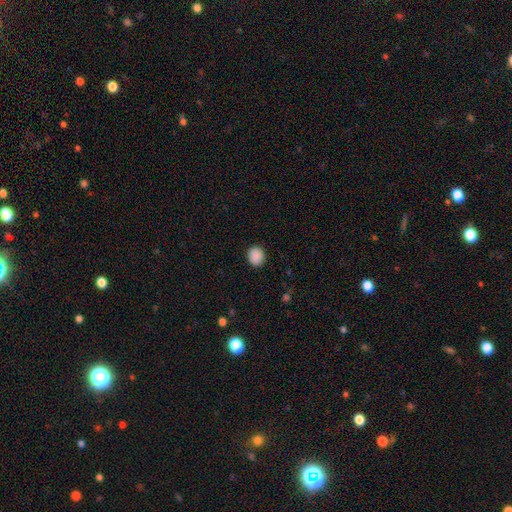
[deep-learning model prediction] Q: Smooth or featured?
A: smooth (90%); runner-up: star or artifact (8%)
Q: How rounded?
A: round (65%); runner-up: in between (34%)
Q: Merging?
A: none (90%); runner-up: minor disturbance (7%)